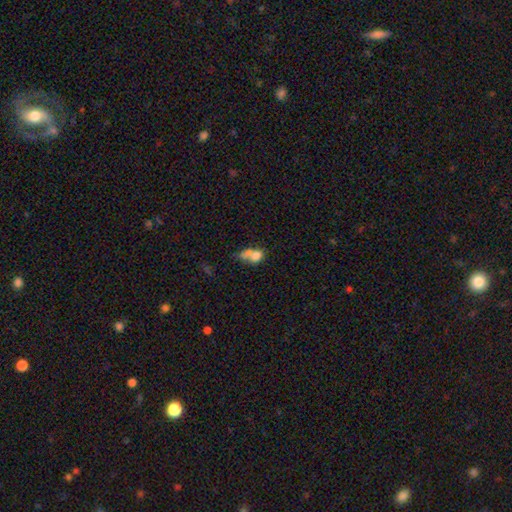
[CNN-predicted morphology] This is likely a smooth galaxy (67%). How rounded: likely in between (61%). Merging: possibly merger (57%).